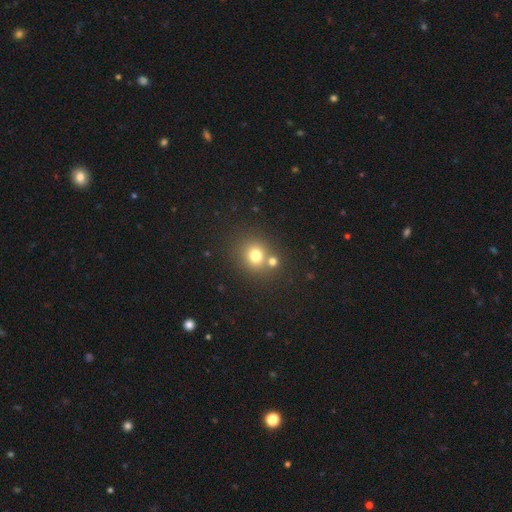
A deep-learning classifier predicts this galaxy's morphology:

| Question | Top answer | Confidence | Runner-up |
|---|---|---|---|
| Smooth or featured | smooth | 74% | star or artifact (16%) |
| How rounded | round | 83% | in between (16%) |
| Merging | none | 65% | merger (24%) |